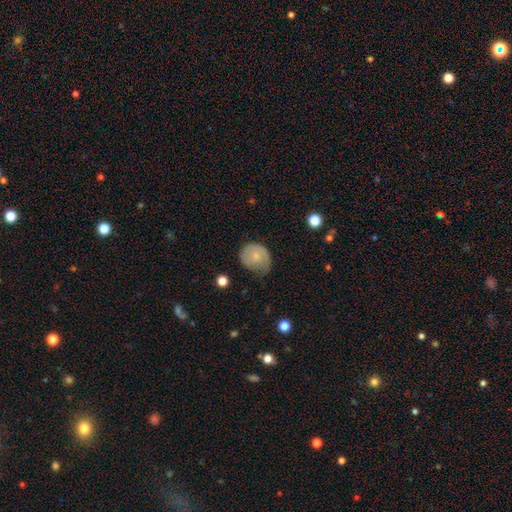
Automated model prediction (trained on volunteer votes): smooth_or_featured: smooth (p=0.51) [alt: featured or disk p=0.42]
how_rounded: round (p=0.67) [alt: in between p=0.33]
merging: none (p=0.46) [alt: minor disturbance p=0.35]